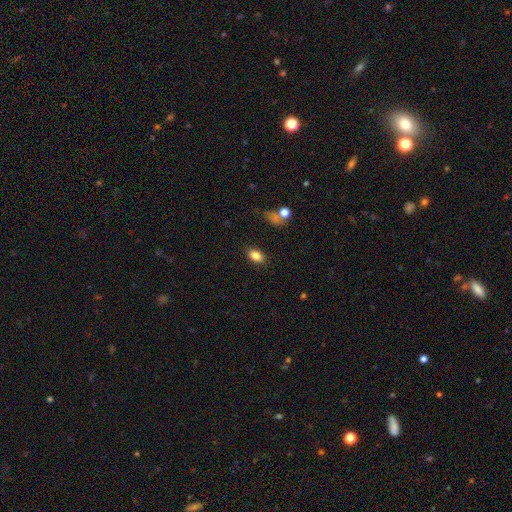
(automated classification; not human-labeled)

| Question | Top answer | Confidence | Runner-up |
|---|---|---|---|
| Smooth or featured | smooth | 83% | star or artifact (9%) |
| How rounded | in between | 86% | round (12%) |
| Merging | none | 84% | minor disturbance (11%) |